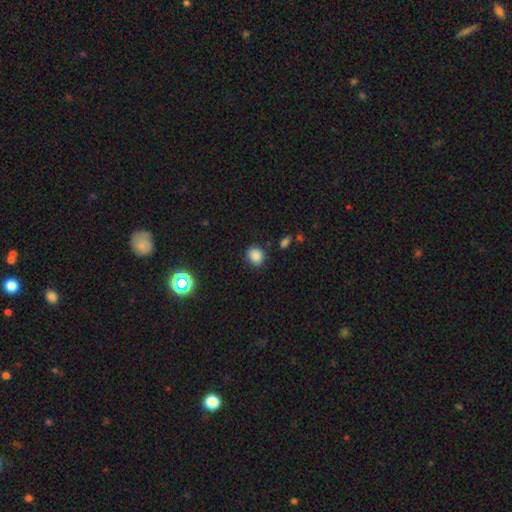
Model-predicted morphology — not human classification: smooth_or_featured: smooth (p=0.84) [alt: star or artifact p=0.12]
how_rounded: round (p=0.74) [alt: in between p=0.25]
merging: none (p=0.85) [alt: minor disturbance p=0.10]